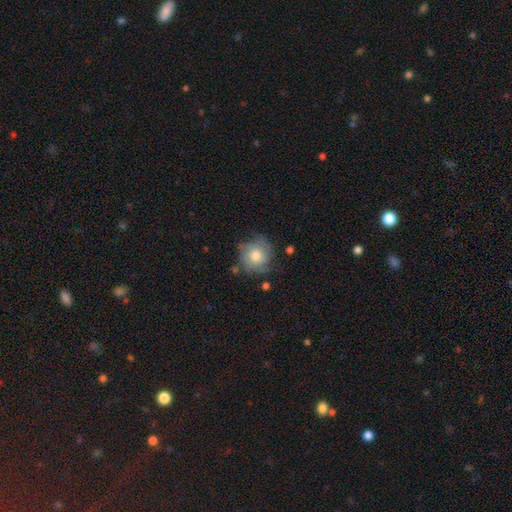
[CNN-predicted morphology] smooth-or-featured: smooth: 62% | featured or disk: 29% | star or artifact: 8%
  how-rounded: round: 88% | in between: 11% | cigar-shaped: 1%
  merging: none: 62% | minor disturbance: 25% | major disturbance: 10% | merger: 3%